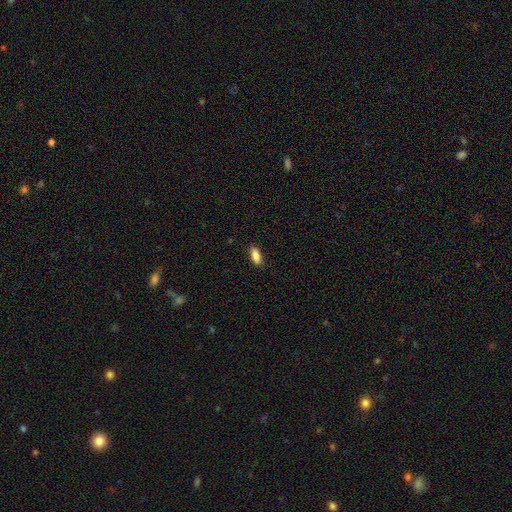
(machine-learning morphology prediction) Overall: smooth (87%). How rounded: in between (82%). Merging: none (86%).